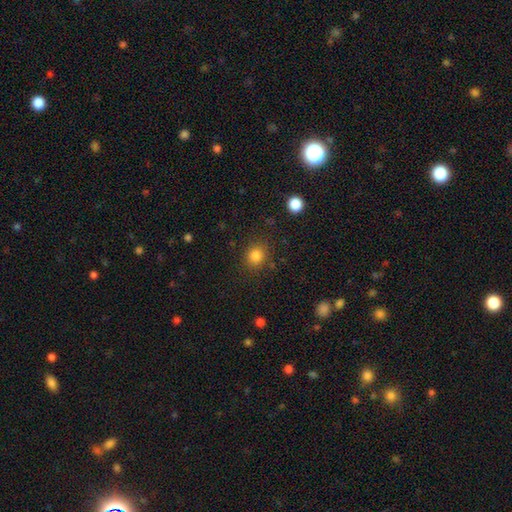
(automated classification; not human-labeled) This appears to be a smooth galaxy with no disk features (83%) that is round (84%). Merging: none (85%).